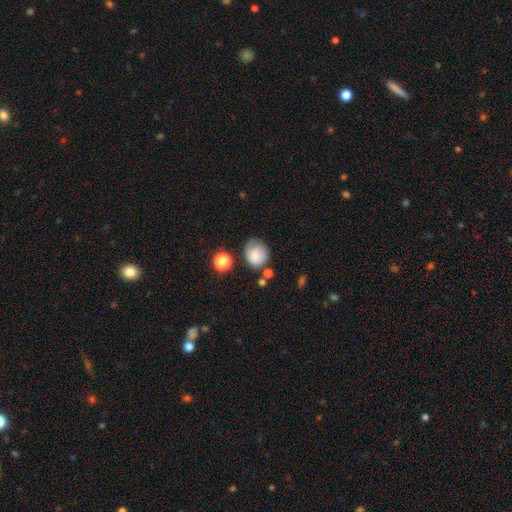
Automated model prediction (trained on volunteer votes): smooth 71%, featured or disk 19%, star or artifact 10%. Down the decision tree: how rounded — round (74%); merging — none (56%).